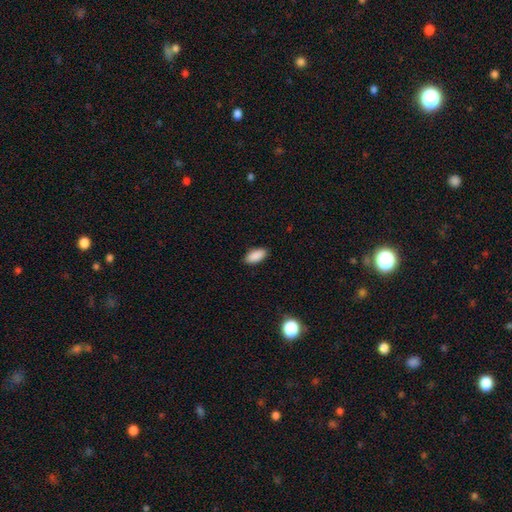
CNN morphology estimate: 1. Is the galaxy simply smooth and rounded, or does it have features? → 90% smooth, 7% star or artifact, 3% featured or disk.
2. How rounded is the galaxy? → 92% in between, 6% cigar-shaped, 2% round.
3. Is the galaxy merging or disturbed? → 89% none, 9% minor disturbance, 2% major disturbance, 1% merger.